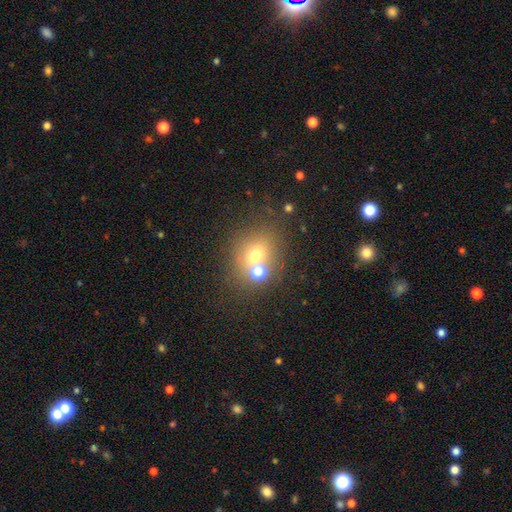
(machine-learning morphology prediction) smooth-or-featured: smooth: 62% | featured or disk: 19% | star or artifact: 19%
  how-rounded: round: 69% | in between: 30% | cigar-shaped: 1%
  merging: none: 49% | merger: 37% | minor disturbance: 9% | major disturbance: 5%